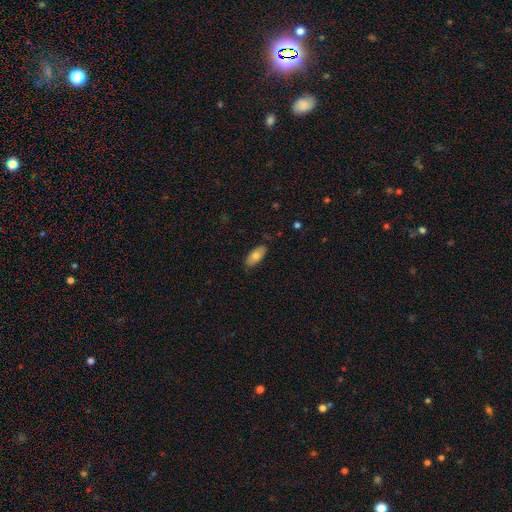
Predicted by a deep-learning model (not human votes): This is likely a smooth galaxy (72%). How rounded: clearly in between (91%). Merging: clearly none (84%).